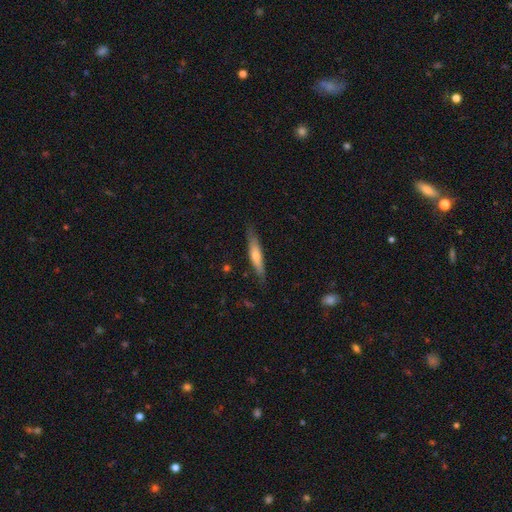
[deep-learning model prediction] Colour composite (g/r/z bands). It shows a smooth galaxy with no disk features (54%) that is cigar-shaped (88%). Merging: none (82%).